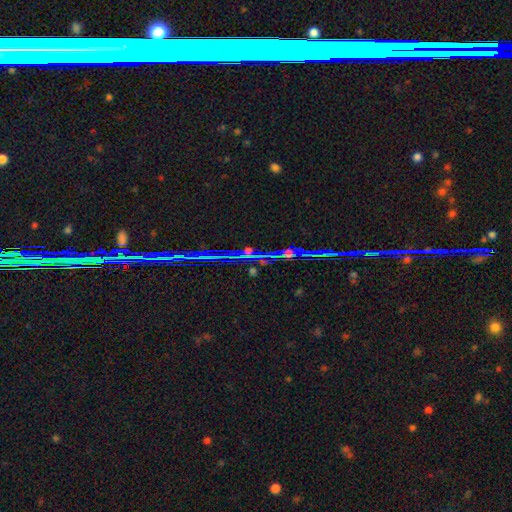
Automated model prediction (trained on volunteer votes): smooth_or_featured: star or artifact (p=0.80) [alt: featured or disk p=0.12]